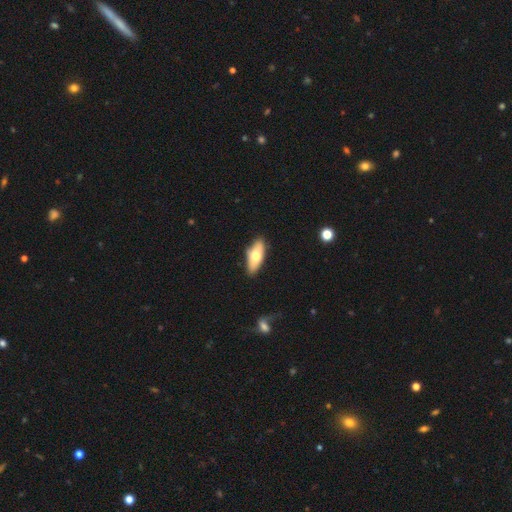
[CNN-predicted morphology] type=smooth (64%); roundness=in between (80%); merging=none (81%).